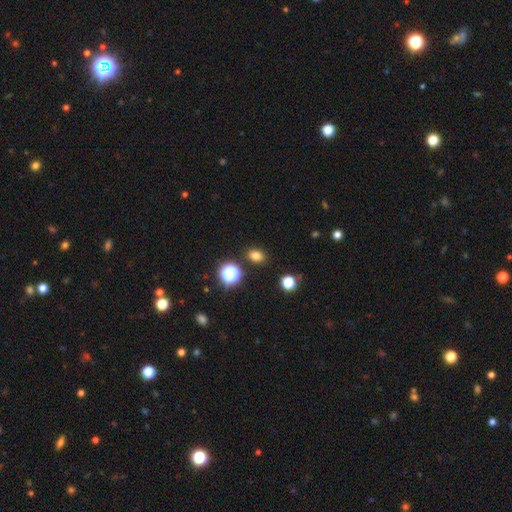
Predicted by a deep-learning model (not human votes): A smooth galaxy with no disk features (78%) that is in between round and cigar-shaped (64%). Merging: none (86%).